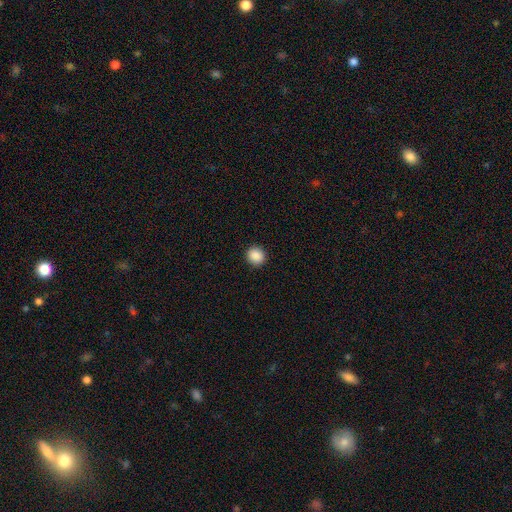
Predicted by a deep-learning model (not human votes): smooth_or_featured: smooth (p=0.89) [alt: star or artifact p=0.09]
how_rounded: round (p=0.87) [alt: in between p=0.12]
merging: none (p=0.92) [alt: minor disturbance p=0.05]